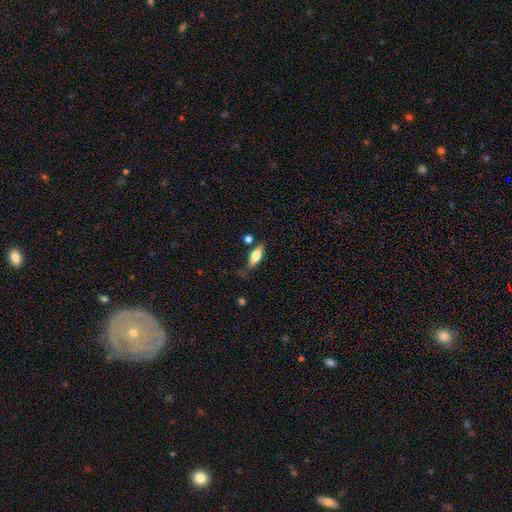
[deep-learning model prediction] Q: Smooth or featured?
A: smooth (63%); runner-up: featured or disk (30%)
Q: How rounded?
A: in between (70%); runner-up: cigar-shaped (26%)
Q: Merging?
A: none (63%); runner-up: minor disturbance (22%)